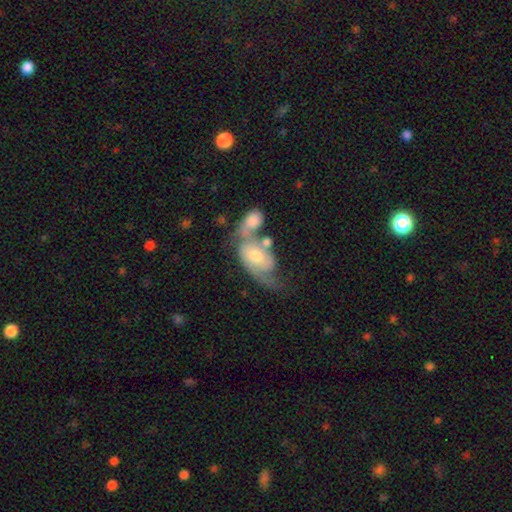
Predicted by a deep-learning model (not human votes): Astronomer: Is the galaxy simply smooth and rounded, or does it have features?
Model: featured or disk — 60%.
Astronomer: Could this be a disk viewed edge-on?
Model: no — 94%.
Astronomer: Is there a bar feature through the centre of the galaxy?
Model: no — 67%.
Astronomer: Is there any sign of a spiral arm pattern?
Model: yes — 75%.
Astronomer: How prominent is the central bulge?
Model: moderate — 55% (runner-up: small, 32%).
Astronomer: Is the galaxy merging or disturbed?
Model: merger — 52%.